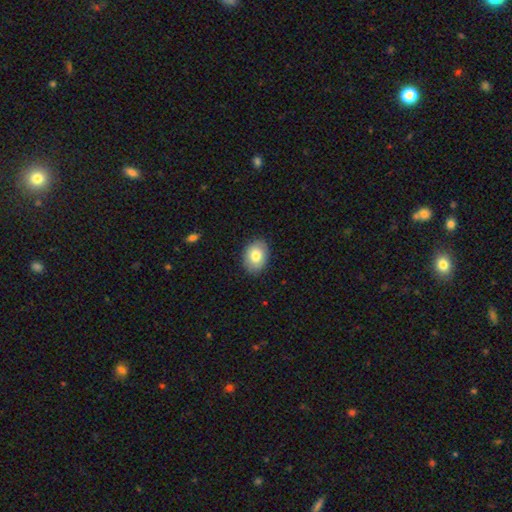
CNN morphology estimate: Smooth or featured?
  - smooth: 81% *
  - featured or disk: 12%
  - star or artifact: 7%
How rounded?
  - in between: 74% *
  - round: 25%
  - cigar-shaped: 1%
Merging?
  - none: 88% *
  - minor disturbance: 9%
  - major disturbance: 2%
  - merger: 1%